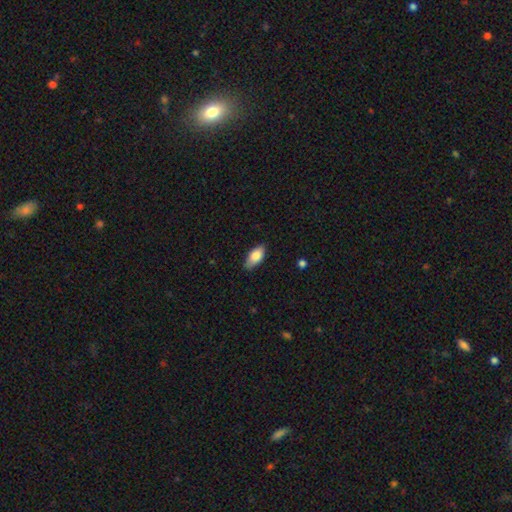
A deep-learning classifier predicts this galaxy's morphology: smooth_or_featured: smooth (p=0.83) [alt: featured or disk p=0.10]
how_rounded: in between (p=0.90) [alt: cigar-shaped p=0.07]
merging: none (p=0.80) [alt: minor disturbance p=0.16]